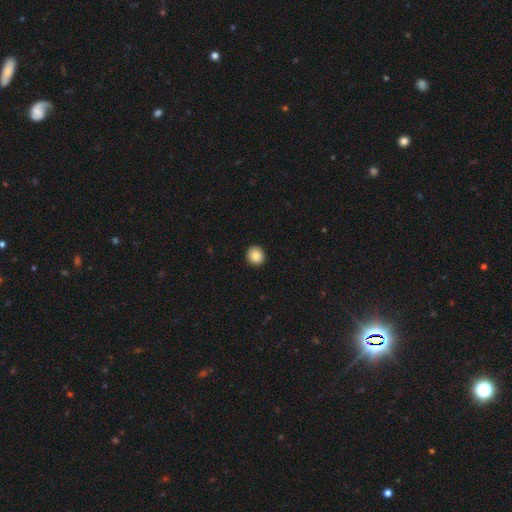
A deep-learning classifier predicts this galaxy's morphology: This is clearly a smooth galaxy (88%). How rounded: clearly round (87%). Merging: clearly none (92%).